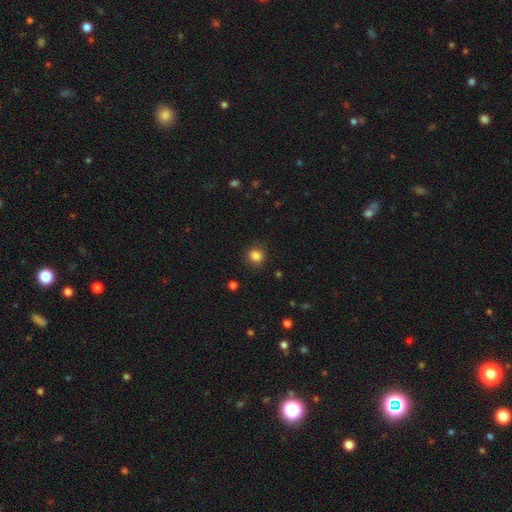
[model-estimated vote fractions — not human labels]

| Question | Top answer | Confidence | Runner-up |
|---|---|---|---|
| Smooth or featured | smooth | 85% | star or artifact (11%) |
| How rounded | round | 77% | in between (22%) |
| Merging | none | 85% | minor disturbance (10%) |